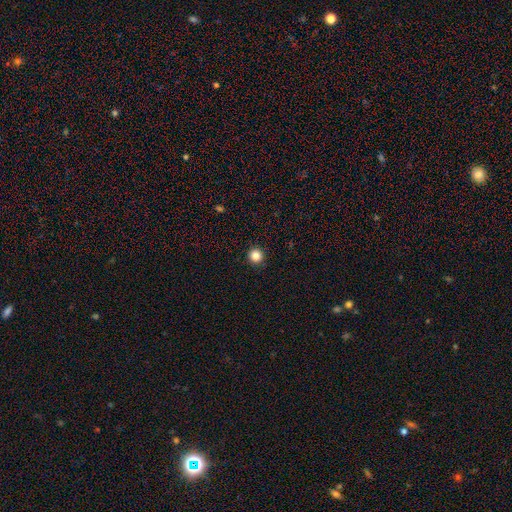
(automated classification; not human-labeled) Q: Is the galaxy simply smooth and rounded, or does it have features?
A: smooth — 85%.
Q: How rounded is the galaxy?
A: round — 96%.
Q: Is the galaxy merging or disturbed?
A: none — 93%.